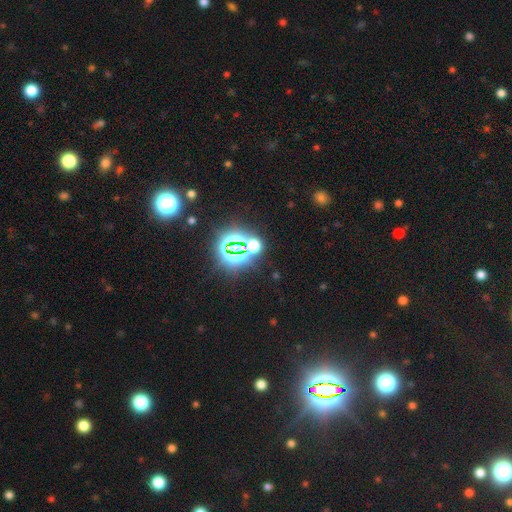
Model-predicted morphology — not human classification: Smooth or featured: star or artifact — 80% (smooth — 13%)